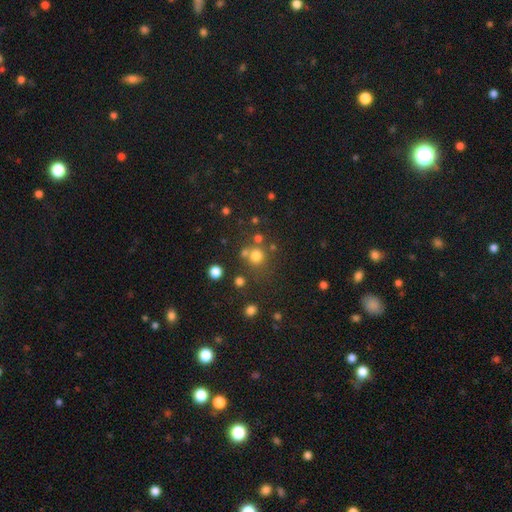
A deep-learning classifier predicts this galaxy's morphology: Smooth or featured: smooth — 73% (star or artifact — 19%)
How rounded: round — 90% (in between — 9%)
Merging: none — 66% (merger — 19%)